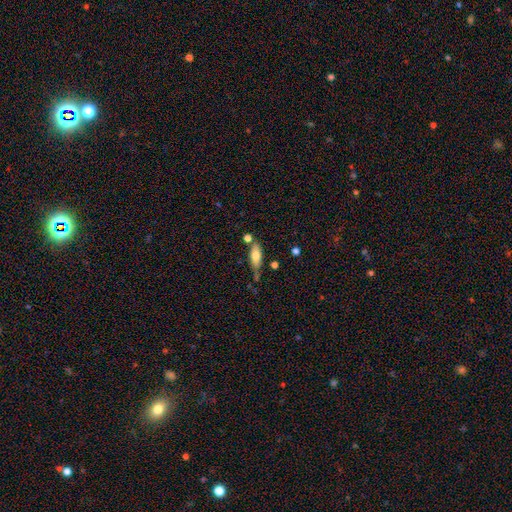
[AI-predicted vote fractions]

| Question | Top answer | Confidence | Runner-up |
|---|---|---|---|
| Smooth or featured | smooth | 69% | featured or disk (23%) |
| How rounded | in between | 67% | cigar-shaped (30%) |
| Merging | none | 56% | minor disturbance (22%) |